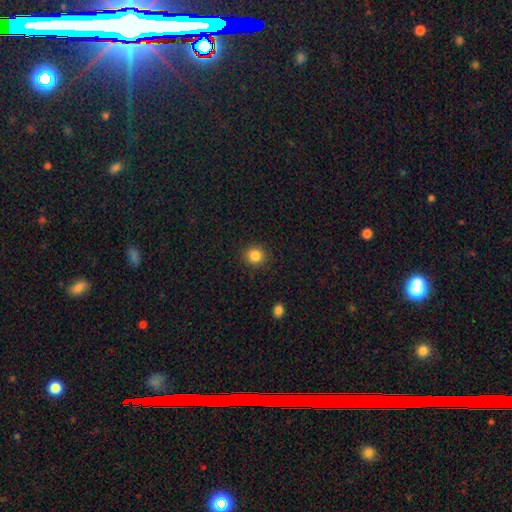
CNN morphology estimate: type=smooth (85%); roundness=round (91%); merging=none (91%).